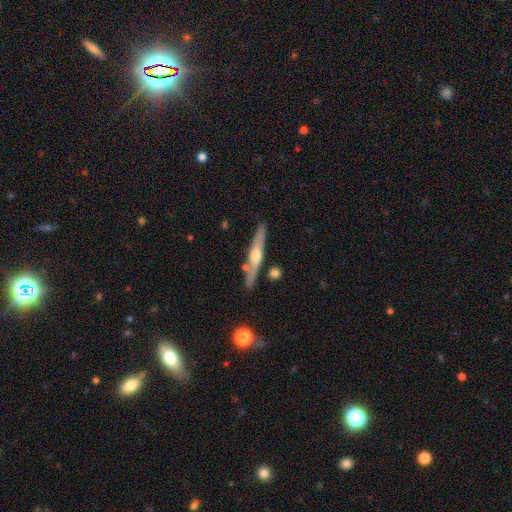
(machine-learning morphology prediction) Smooth or featured?
  - featured or disk: 66% *
  - smooth: 29%
  - star or artifact: 6%
Edge-on disk?
  - yes: 94% *
  - no: 6%
Edge-on bulge?
  - rounded: 89% *
  - none: 7%
  - boxy: 4%
Merging?
  - none: 83% *
  - minor disturbance: 10%
  - merger: 5%
  - major disturbance: 2%